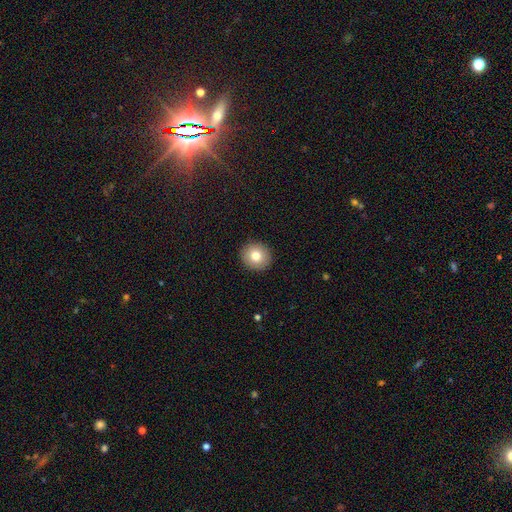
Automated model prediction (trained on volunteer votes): This appears to be a smooth galaxy with no disk features (78%) that is round (92%). Merging: none (92%).